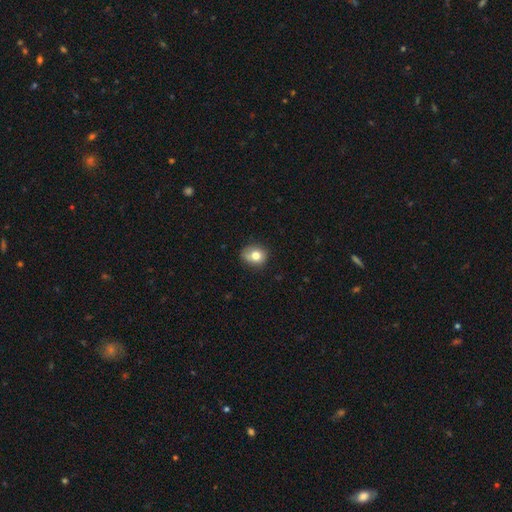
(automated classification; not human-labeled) smooth-or-featured: smooth: 76% | featured or disk: 14% | star or artifact: 10%
  how-rounded: round: 67% | in between: 32% | cigar-shaped: 1%
  merging: none: 68% | minor disturbance: 24% | major disturbance: 6% | merger: 2%